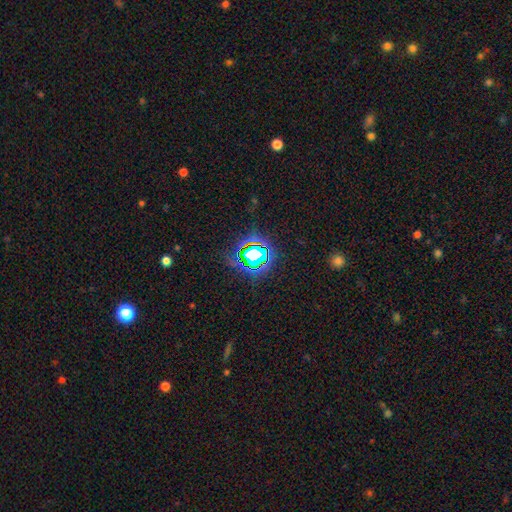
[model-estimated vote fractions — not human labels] The model was most divided on "smooth or featured": star or artifact: 69%, smooth: 19%, featured or disk: 12%.